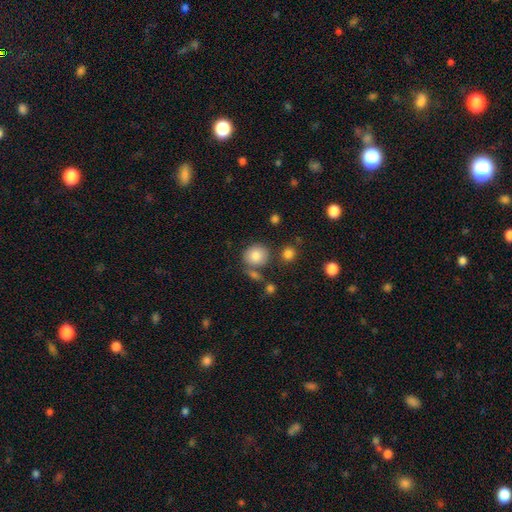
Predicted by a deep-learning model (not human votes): A smooth galaxy with no disk features (82%) that is round (83%). Merging: none (72%).